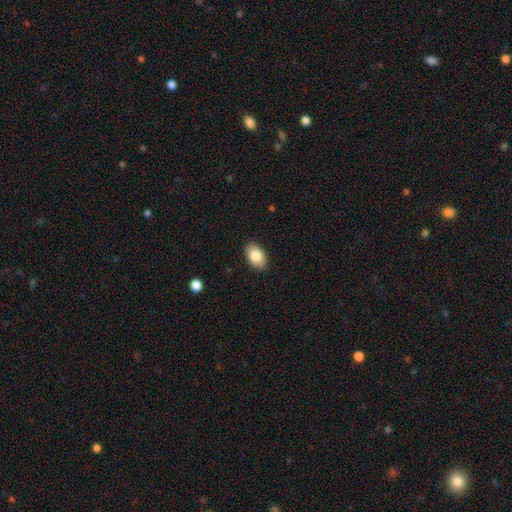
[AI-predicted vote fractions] smooth-or-featured: smooth: 85% | featured or disk: 8% | star or artifact: 7%
  how-rounded: in between: 91% | round: 8% | cigar-shaped: 1%
  merging: none: 88% | minor disturbance: 9% | major disturbance: 2% | merger: 1%